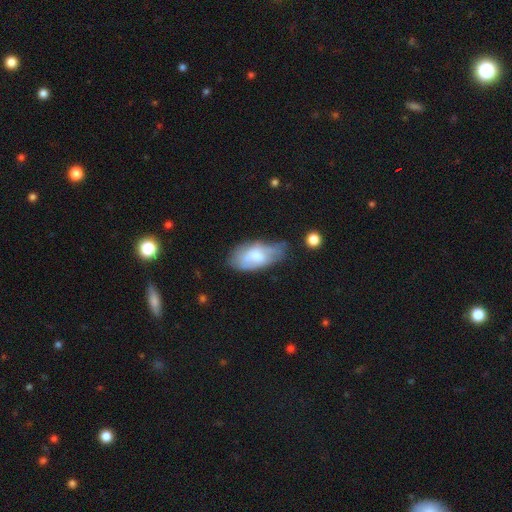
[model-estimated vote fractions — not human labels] smooth 54%, featured or disk 40%, star or artifact 7%. Down the decision tree: how rounded — in between (92%); merging — none (40%).